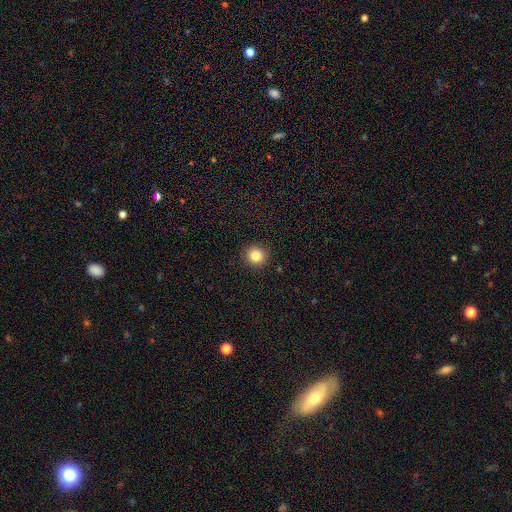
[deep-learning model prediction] smooth_or_featured: smooth (p=0.84) [alt: star or artifact p=0.11]
how_rounded: round (p=0.92) [alt: in between p=0.07]
merging: none (p=0.92) [alt: minor disturbance p=0.06]